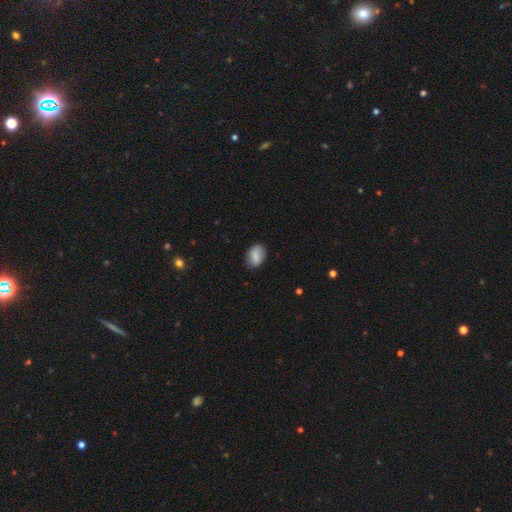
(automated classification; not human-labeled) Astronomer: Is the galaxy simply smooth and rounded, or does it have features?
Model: smooth — 82%.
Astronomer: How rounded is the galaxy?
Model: in between — 78%.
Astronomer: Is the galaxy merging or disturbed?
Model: none — 79%.